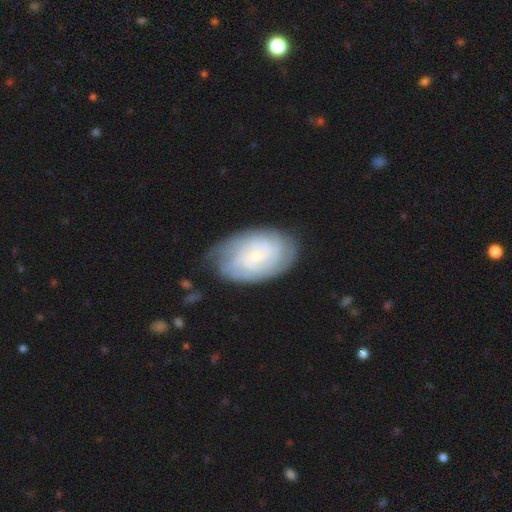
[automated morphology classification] smooth-or-featured: featured or disk: 76% | smooth: 18% | star or artifact: 6%
  disk-edge-on: no: 97% | yes: 3%
    bar: no: 73% | weak: 23% | strong: 4%
    has-spiral-arms: yes: 93% | no: 7%
      spiral-winding: tight: 76% | medium: 19% | loose: 5%
      spiral-arm-count: can't tell: 45% | 4: 16% | 2: 14% | 3: 13% | more than 4: 7% | 1: 5%
    bulge-size: small: 79% | moderate: 16% | none: 3% | large: 1% | dominant: 1%
  merging: none: 74% | minor disturbance: 19% | major disturbance: 5% | merger: 1%